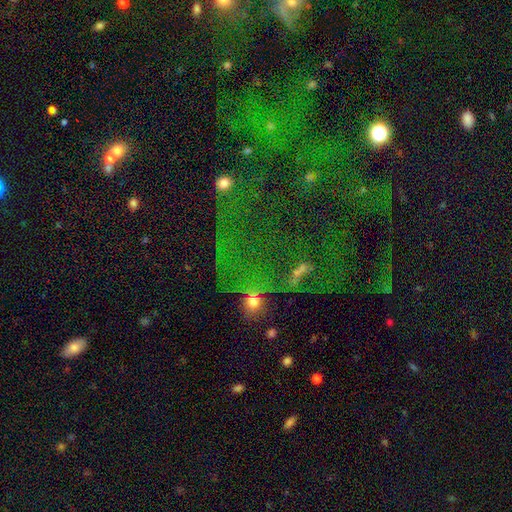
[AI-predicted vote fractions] A star or artifact, not a galaxy (65%).